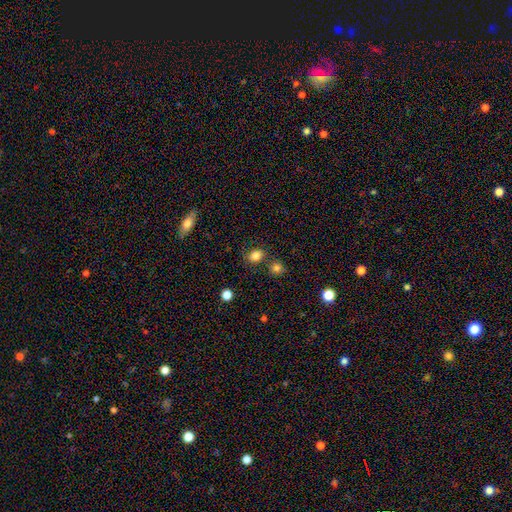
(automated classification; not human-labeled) A smooth galaxy with no disk features (82%) that is round (54%).

Vote fractions:
- Smooth or featured? smooth: 82% / star or artifact: 11% / featured or disk: 6%
- How rounded? round: 54% / in between: 45% / cigar-shaped: 1%
- Merging? none: 71% / minor disturbance: 13% / merger: 12% / major disturbance: 4%